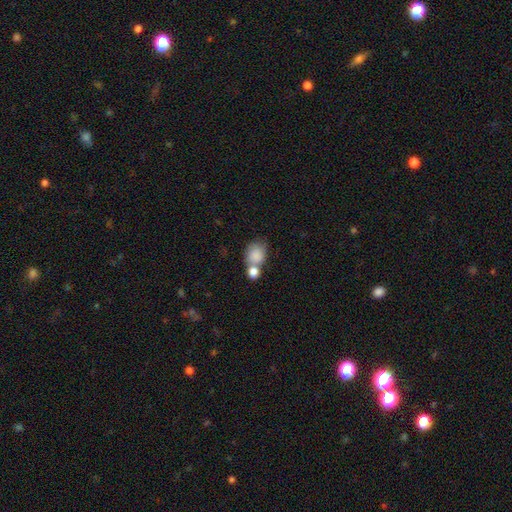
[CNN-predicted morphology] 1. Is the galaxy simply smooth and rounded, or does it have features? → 84% smooth, 8% featured or disk, 8% star or artifact.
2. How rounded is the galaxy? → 51% round, 48% in between, 1% cigar-shaped.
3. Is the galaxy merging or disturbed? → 45% merger, 36% none, 13% minor disturbance, 6% major disturbance.